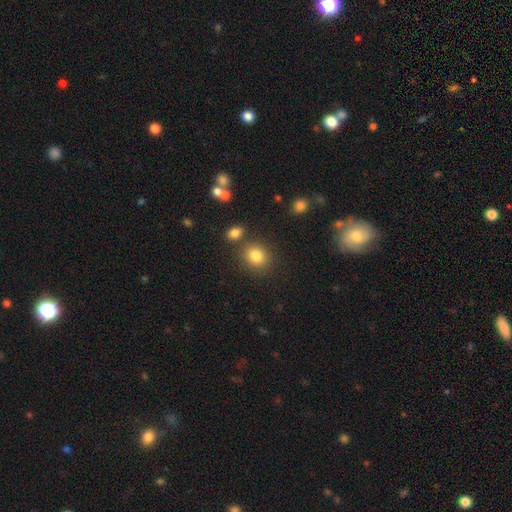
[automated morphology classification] Smooth or featured: smooth — 82% (star or artifact — 11%)
How rounded: round — 74% (in between — 25%)
Merging: none — 78% (minor disturbance — 9%)